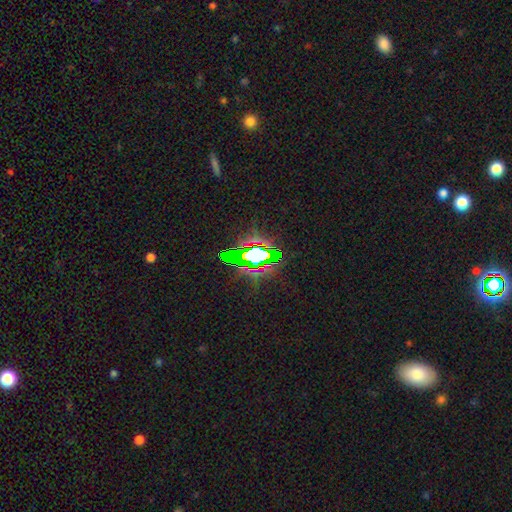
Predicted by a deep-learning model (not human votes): Smooth or featured: star or artifact — 67% (featured or disk — 17%)